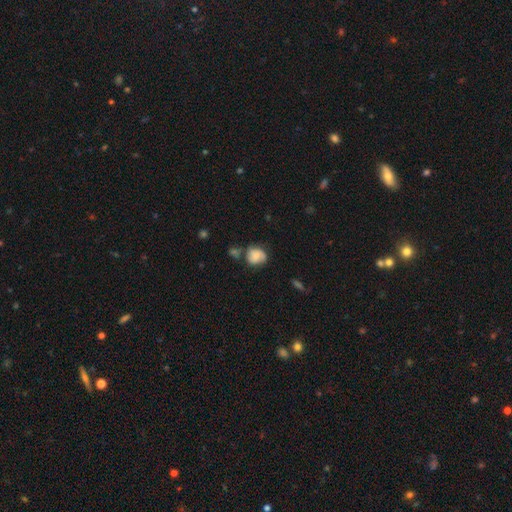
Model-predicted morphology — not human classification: smooth_or_featured: smooth (p=0.53) [alt: featured or disk p=0.38]
how_rounded: round (p=0.64) [alt: in between p=0.34]
merging: none (p=0.51) [alt: minor disturbance p=0.25]